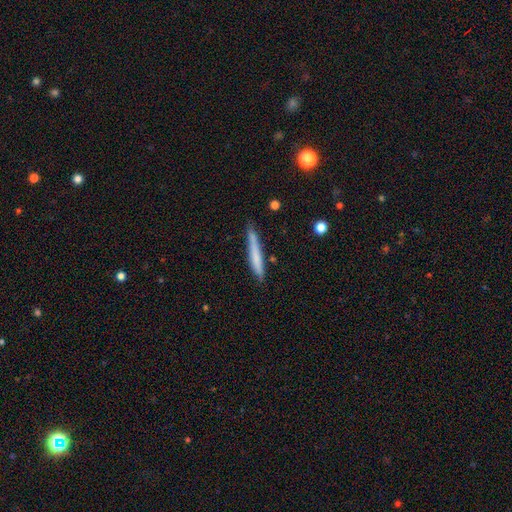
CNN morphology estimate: Overall: smooth (68%). How rounded: cigar-shaped (95%). Merging: none (78%).